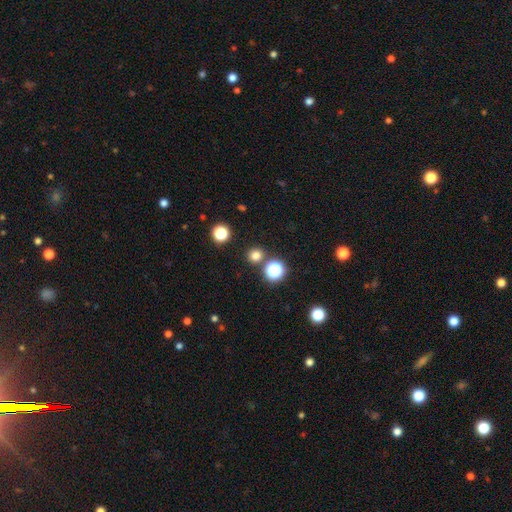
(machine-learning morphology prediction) A smooth galaxy with no disk features (75%) that is round (91%).

Vote fractions:
- Smooth or featured? smooth: 75% / star or artifact: 20% / featured or disk: 5%
- How rounded? round: 91% / in between: 8% / cigar-shaped: 1%
- Merging? none: 84% / merger: 7% / minor disturbance: 6% / major disturbance: 2%